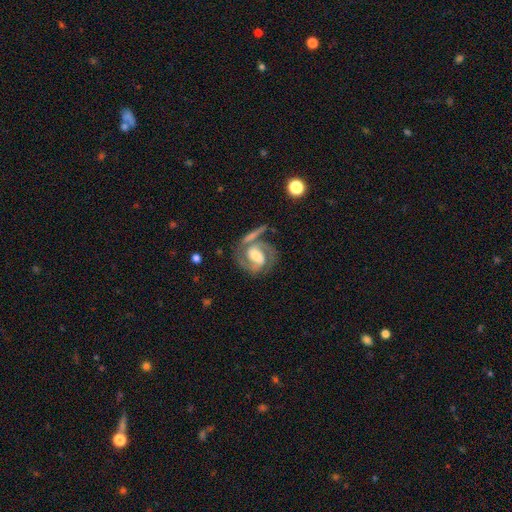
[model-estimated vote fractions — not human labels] Smooth or featured?
  - featured or disk: 86% *
  - smooth: 9%
  - star or artifact: 5%
Edge-on disk?
  - no: 97% *
  - yes: 3%
Bar?
  - weak: 41% *
  - strong: 37%
  - no: 21%
Spiral arms?
  - yes: 96% *
  - no: 4%
Spiral winding?
  - medium: 53% *
  - tight: 37%
  - loose: 10%
Spiral arm count?
  - 2: 88% *
  - can't tell: 4%
  - 3: 3%
  - 1: 3%
  - 4: 1%
  - more than 4: 1%
Bulge size?
  - moderate: 59% *
  - small: 25%
  - large: 12%
  - none: 2%
  - dominant: 1%
Merging?
  - none: 65% *
  - minor disturbance: 14%
  - merger: 13%
  - major disturbance: 8%